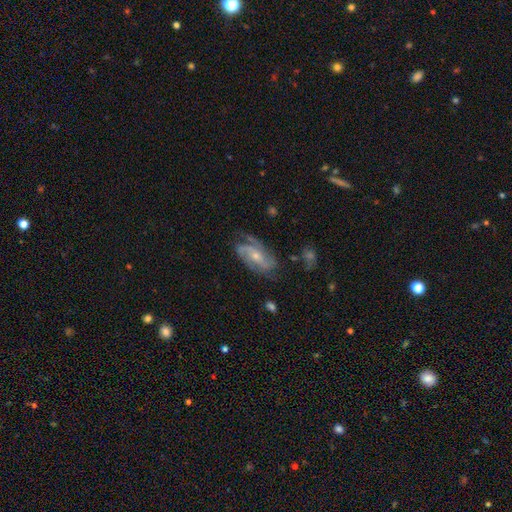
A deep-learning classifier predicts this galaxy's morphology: The model was most divided on "spiral arm count": 2: 43%, 3: 32%, can't tell: 12%, 4: 5%, 1: 4%, more than 4: 4%. Remaining: spiral arms — yes (96%); edge-on disk — no (96%); smooth or featured — featured or disk (85%); merging — none (67%); bulge size — small (60%); bar — no (57%); spiral winding — medium (47%).